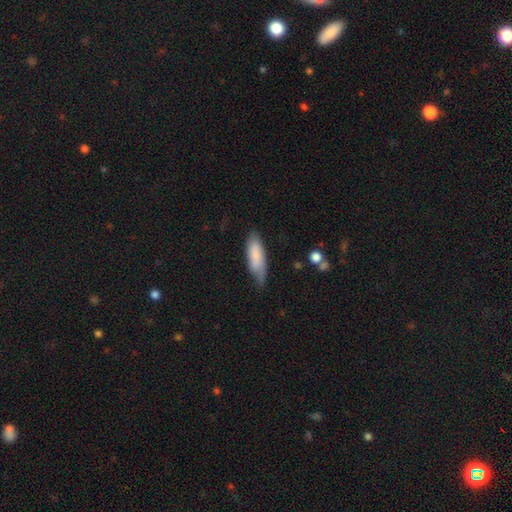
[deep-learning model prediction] This is likely a smooth galaxy (80%). How rounded: possibly in between (52%). Merging: likely none (61%).